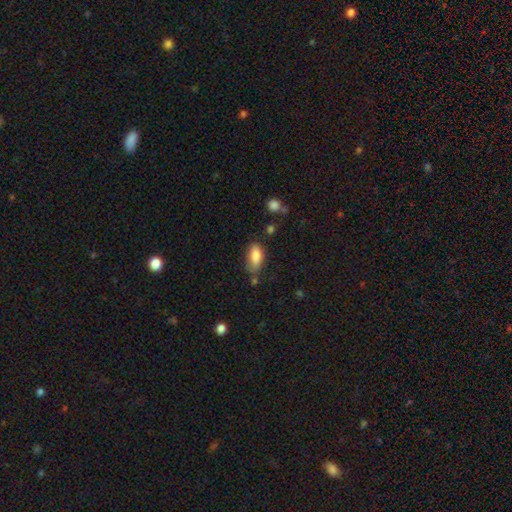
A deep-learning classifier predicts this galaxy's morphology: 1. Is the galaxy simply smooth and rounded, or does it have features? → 84% smooth, 9% featured or disk, 8% star or artifact.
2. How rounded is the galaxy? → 88% in between, 9% cigar-shaped, 3% round.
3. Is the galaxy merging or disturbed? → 59% none, 29% minor disturbance, 7% major disturbance, 6% merger.